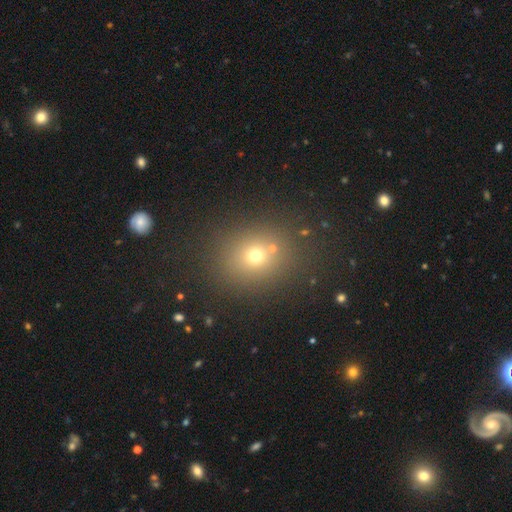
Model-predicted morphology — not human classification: smooth_or_featured: smooth (p=0.65) [alt: star or artifact p=0.24]
how_rounded: round (p=0.70) [alt: in between p=0.29]
merging: none (p=0.80) [alt: minor disturbance p=0.09]